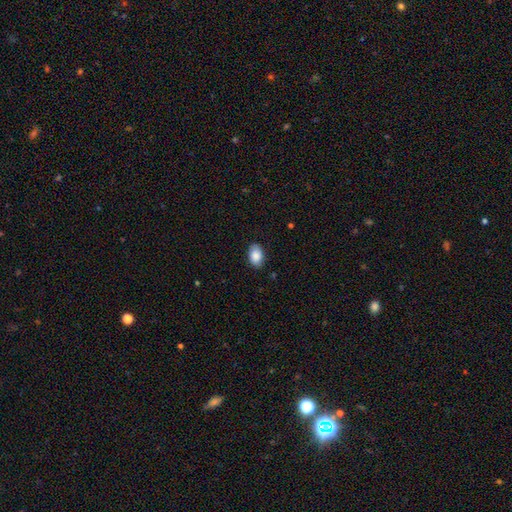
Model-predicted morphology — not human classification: Smooth or featured? smooth (86%)
How rounded? in between (89%)
Merging? none (85%)